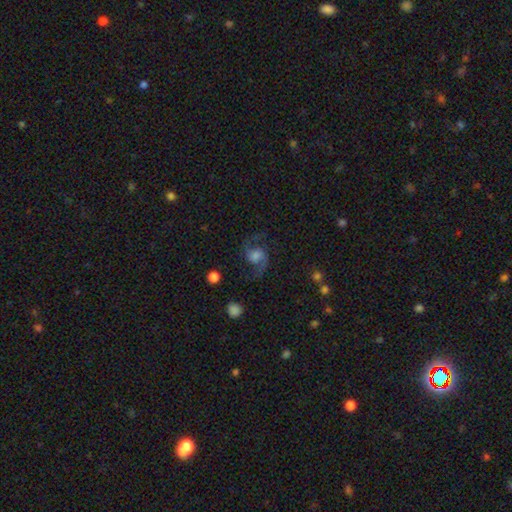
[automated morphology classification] smooth_or_featured: featured or disk (p=0.82) [alt: smooth p=0.10]
disk_edge_on: no (p=0.98) [alt: yes p=0.02]
bar: no (p=0.58) [alt: weak p=0.34]
has_spiral_arms: yes (p=0.97) [alt: no p=0.03]
spiral_winding: loose (p=0.48) [alt: medium p=0.44]
spiral_arm_count: 2 (p=0.93) [alt: 1 p=0.02]
bulge_size: moderate (p=0.41) [alt: large p=0.24]
merging: none (p=0.76) [alt: minor disturbance p=0.13]